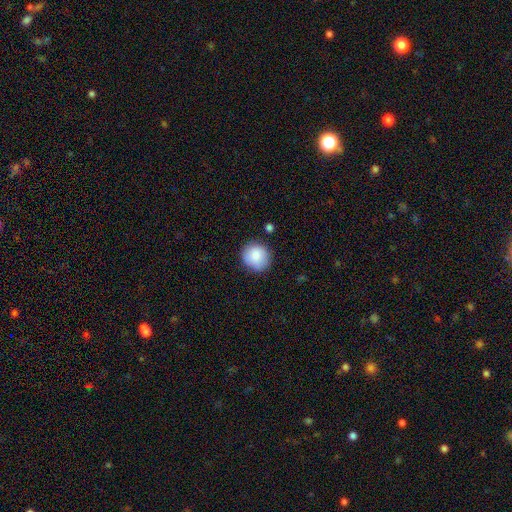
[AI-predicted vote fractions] This appears to be a smooth galaxy with no disk features (86%) that is round (91%). Merging: none (85%).